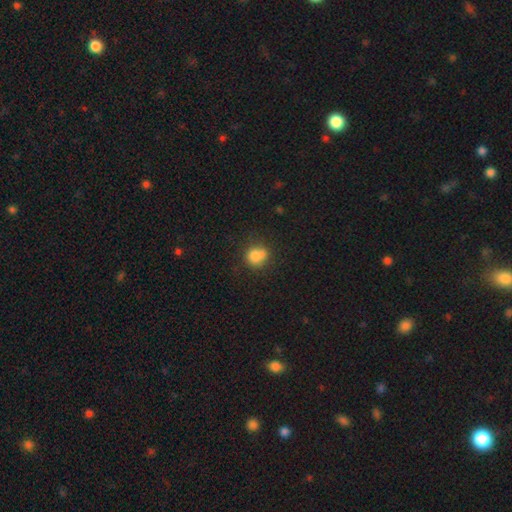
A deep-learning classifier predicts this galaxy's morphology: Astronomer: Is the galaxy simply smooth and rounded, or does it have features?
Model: smooth — 78%.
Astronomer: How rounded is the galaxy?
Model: round — 75%.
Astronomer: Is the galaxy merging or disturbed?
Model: none — 46% (runner-up: merger, 30%).